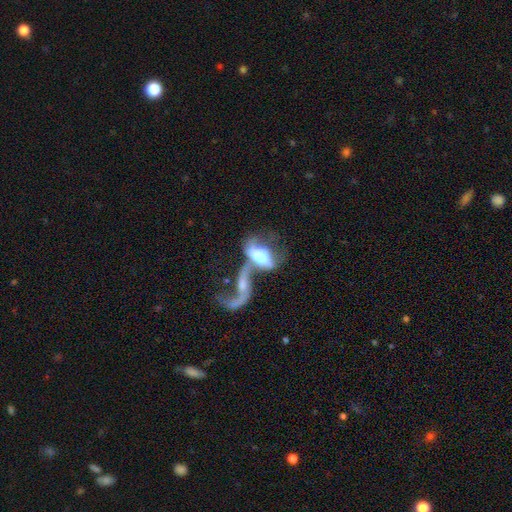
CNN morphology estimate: Overall: featured or disk (59%; smooth 33%). Edge-on disk: no (89%). Bar: no (53%; weak 30%). Spiral arms: yes (52%; no 48%). Bulge size: moderate (50%; small 21%). Merging: merger (65%).